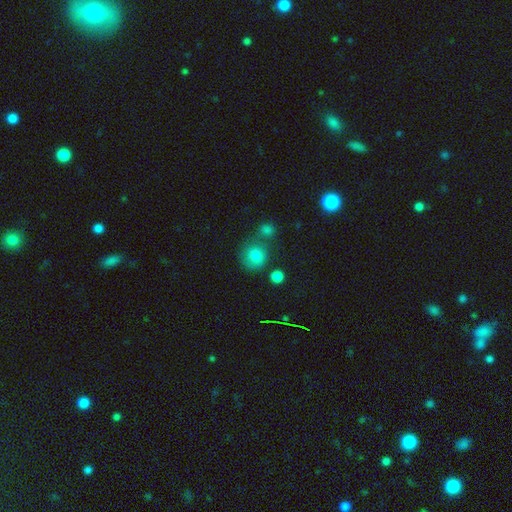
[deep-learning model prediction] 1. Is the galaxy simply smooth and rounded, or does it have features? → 79% smooth, 12% star or artifact, 9% featured or disk.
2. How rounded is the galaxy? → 85% round, 14% in between, 1% cigar-shaped.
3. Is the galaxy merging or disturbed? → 60% none, 20% merger, 14% minor disturbance, 6% major disturbance.